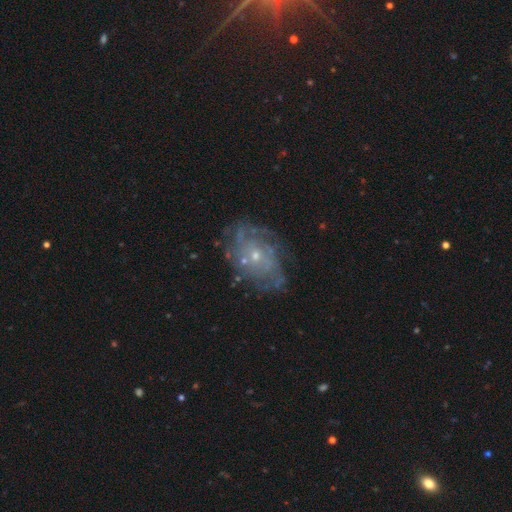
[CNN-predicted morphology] Overall: featured or disk (81%). Edge-on disk: no (97%). Bar: no (81%). Spiral arms: yes (83%). Spiral arm count: can't tell (48%; 2 13%). Spiral winding: tight (55%; medium 32%). Bulge size: small (70%). Merging: none (69%).